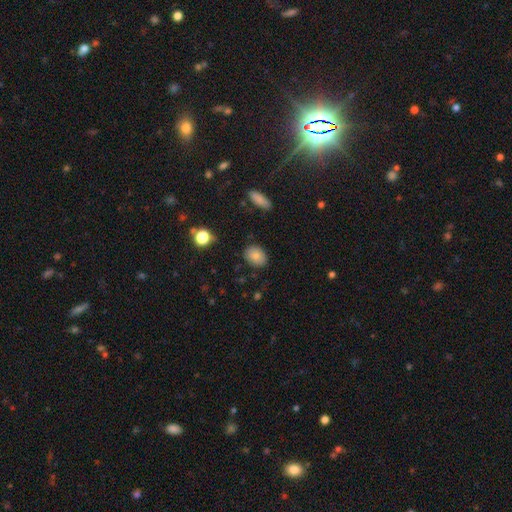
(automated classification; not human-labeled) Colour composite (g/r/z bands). It shows a smooth galaxy with no disk features (82%) that is in between round and cigar-shaped (64%). Merging: none (84%).